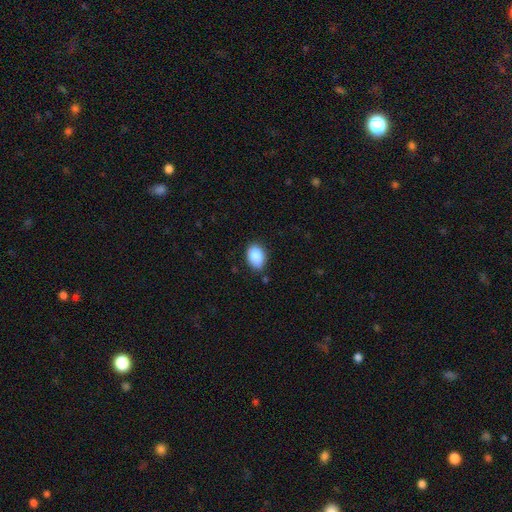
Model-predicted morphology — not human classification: type=smooth (88%); roundness=in between (87%); merging=none (81%).